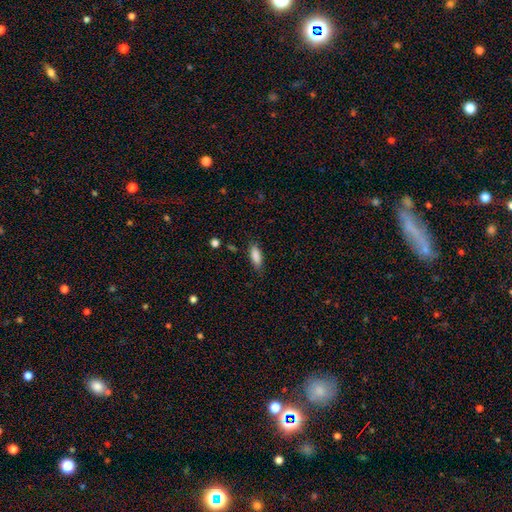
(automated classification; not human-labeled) smooth-or-featured: smooth: 86% | featured or disk: 7% | star or artifact: 7%
  how-rounded: in between: 68% | cigar-shaped: 30% | round: 2%
  merging: none: 82% | minor disturbance: 14% | major disturbance: 3% | merger: 1%